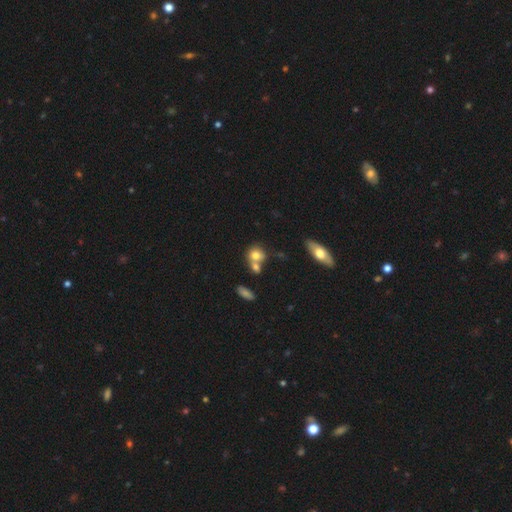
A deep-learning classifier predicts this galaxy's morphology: type=smooth (74%); roundness=round (68%); merging=none (43%).